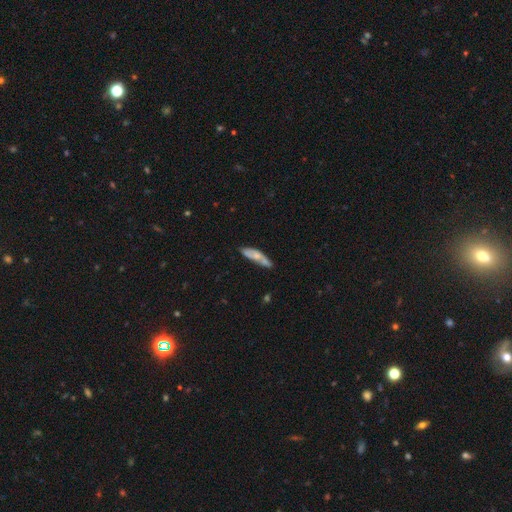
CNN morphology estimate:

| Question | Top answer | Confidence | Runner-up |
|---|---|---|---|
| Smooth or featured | smooth | 55% | featured or disk (38%) |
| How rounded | cigar-shaped | 58% | in between (40%) |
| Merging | none | 48% | minor disturbance (26%) |